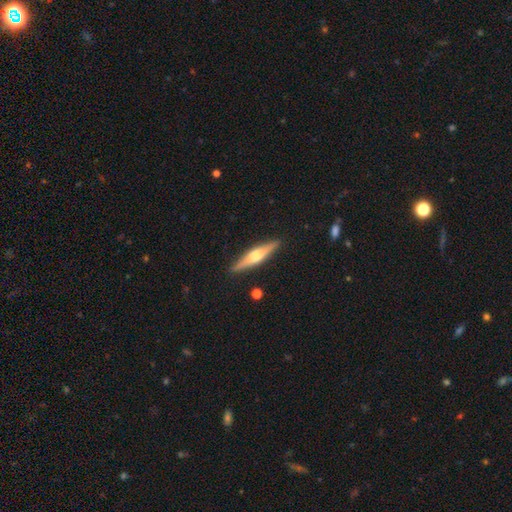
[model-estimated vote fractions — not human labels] smooth_or_featured: featured or disk (p=0.69) [alt: smooth p=0.26]
disk_edge_on: yes (p=0.97) [alt: no p=0.03]
edge_on_bulge: rounded (p=0.90) [alt: boxy p=0.07]
merging: none (p=0.90) [alt: minor disturbance p=0.07]